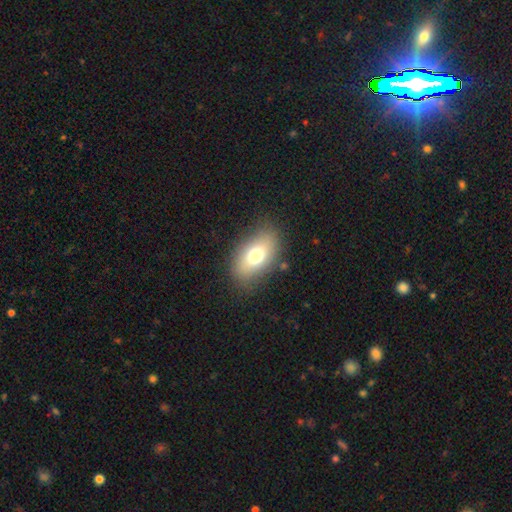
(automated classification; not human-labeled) Overall: smooth (72%). How rounded: in between (88%). Merging: none (81%).